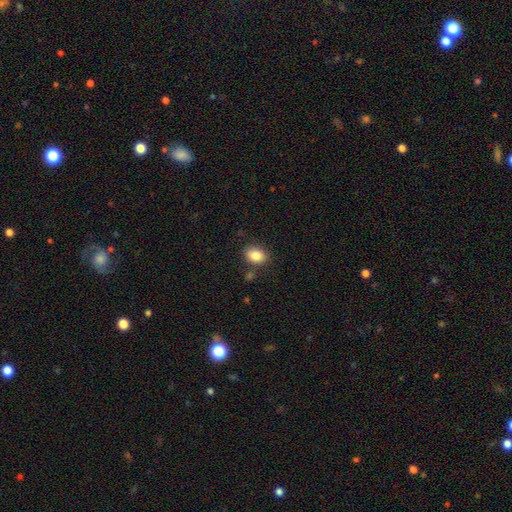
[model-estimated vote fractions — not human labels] Smooth or featured: smooth — 84% (star or artifact — 9%)
How rounded: in between — 65% (round — 34%)
Merging: none — 80% (minor disturbance — 12%)